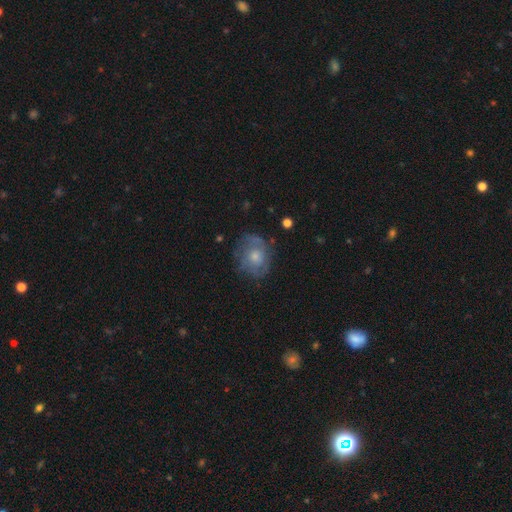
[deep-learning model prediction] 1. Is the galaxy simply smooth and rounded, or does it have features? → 56% featured or disk, 33% smooth, 11% star or artifact.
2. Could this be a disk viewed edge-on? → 97% no, 3% yes.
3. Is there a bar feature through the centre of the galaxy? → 82% no, 16% weak, 2% strong.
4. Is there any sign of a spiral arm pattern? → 71% yes, 29% no.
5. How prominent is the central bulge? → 55% moderate, 34% small, 7% large, 3% none, 1% dominant.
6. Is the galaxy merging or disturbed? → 72% none, 19% minor disturbance, 8% major disturbance, 1% merger.